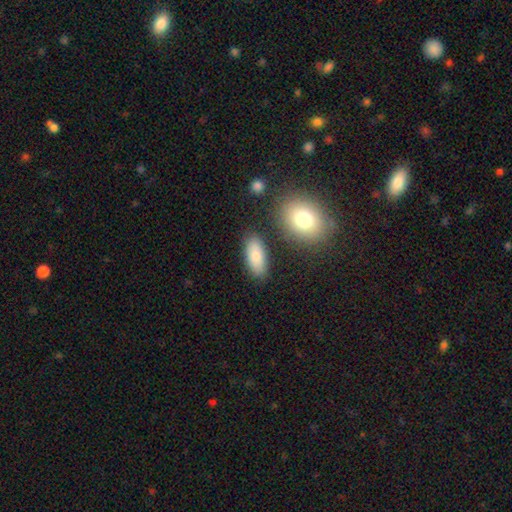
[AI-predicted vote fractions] The model was most divided on "merging": none: 81%, minor disturbance: 11%, merger: 5%, major disturbance: 3%. More confident: how rounded — in between (86%); smooth or featured — smooth (85%).